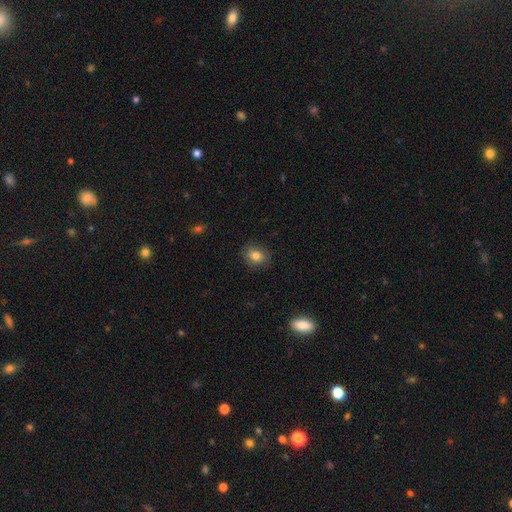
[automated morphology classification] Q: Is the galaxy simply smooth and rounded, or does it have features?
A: smooth — 80%.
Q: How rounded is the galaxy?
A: round — 58%.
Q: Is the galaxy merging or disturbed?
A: none — 84%.